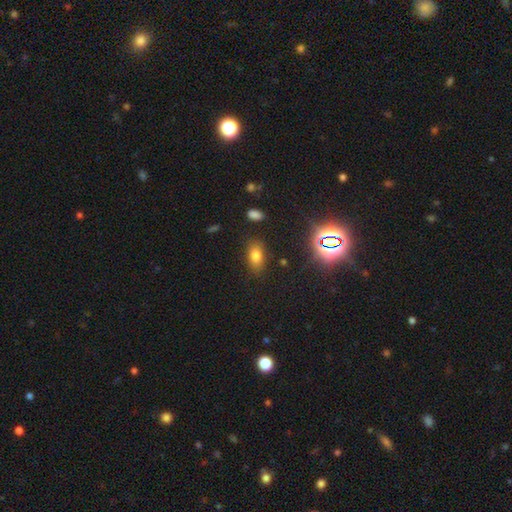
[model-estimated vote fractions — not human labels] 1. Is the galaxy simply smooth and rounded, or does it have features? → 73% smooth, 18% star or artifact, 9% featured or disk.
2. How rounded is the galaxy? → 86% in between, 10% round, 4% cigar-shaped.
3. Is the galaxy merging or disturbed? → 83% none, 12% minor disturbance, 3% major disturbance, 2% merger.